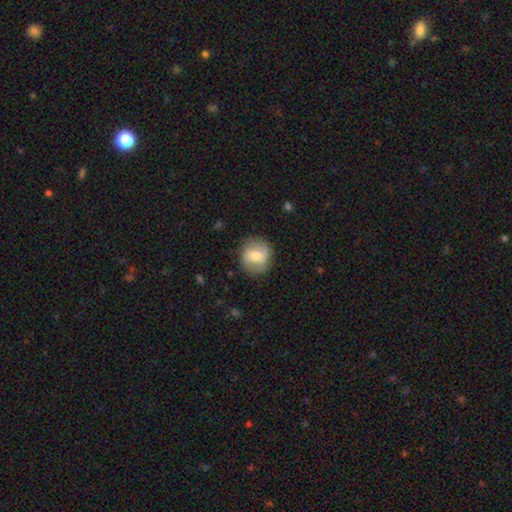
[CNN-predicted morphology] smooth-or-featured: smooth: 58% | featured or disk: 35% | star or artifact: 7%
  how-rounded: round: 86% | in between: 13% | cigar-shaped: 1%
  merging: none: 83% | minor disturbance: 12% | major disturbance: 4% | merger: 1%